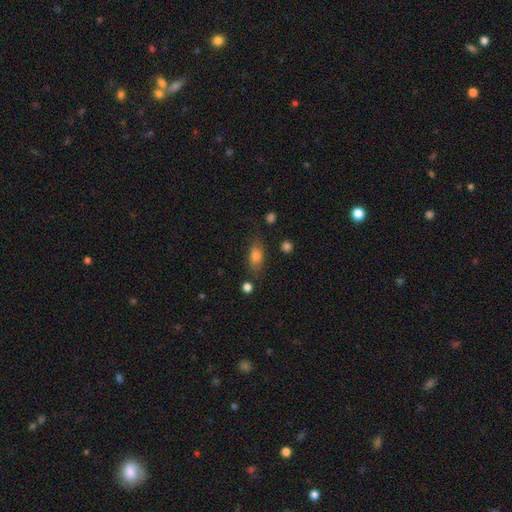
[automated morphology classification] This appears to be a smooth galaxy with no disk features (79%) that is in between round and cigar-shaped (81%). Merging: none (72%).